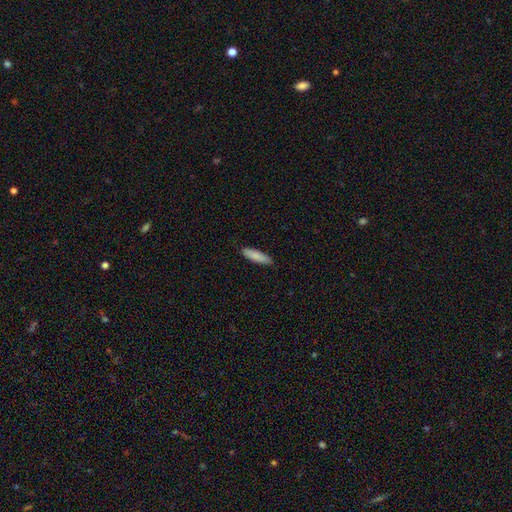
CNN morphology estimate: type=smooth (85%); roundness=cigar-shaped (64%); merging=none (87%).